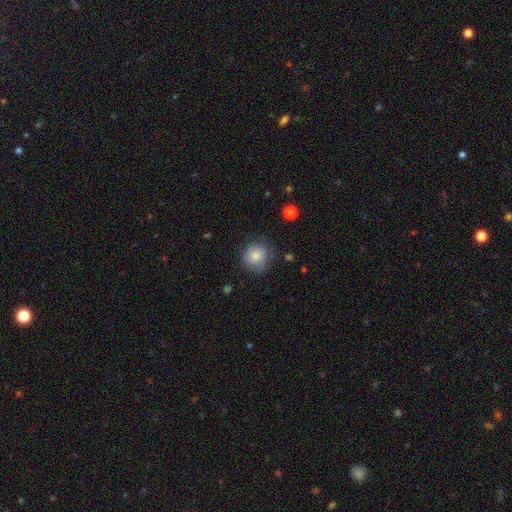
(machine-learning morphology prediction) The model was most divided on "merging": none: 74%, minor disturbance: 19%, major disturbance: 6%, merger: 1%. More confident: how rounded — round (89%); smooth or featured — smooth (77%).